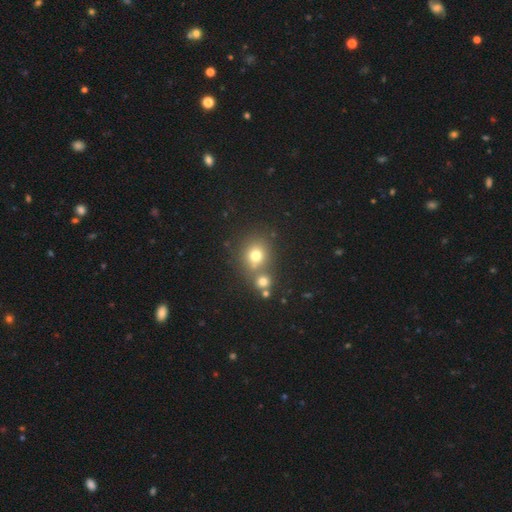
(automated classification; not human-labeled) Smooth or featured: smooth — 72% (star or artifact — 16%)
How rounded: round — 80% (in between — 19%)
Merging: none — 55% (merger — 33%)